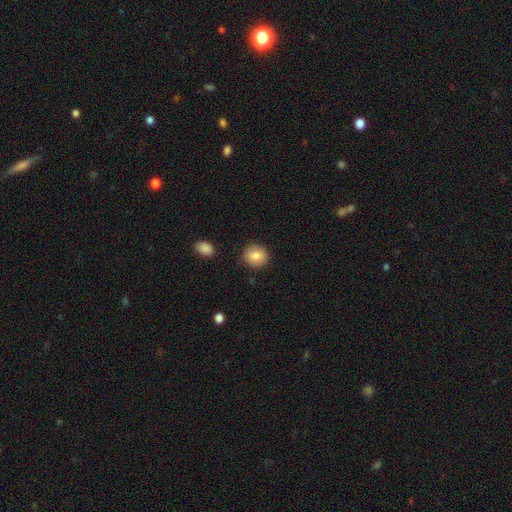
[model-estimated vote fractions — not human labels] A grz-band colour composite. It shows a smooth galaxy with no disk features (83%) that is round (84%). Merging: none (86%).